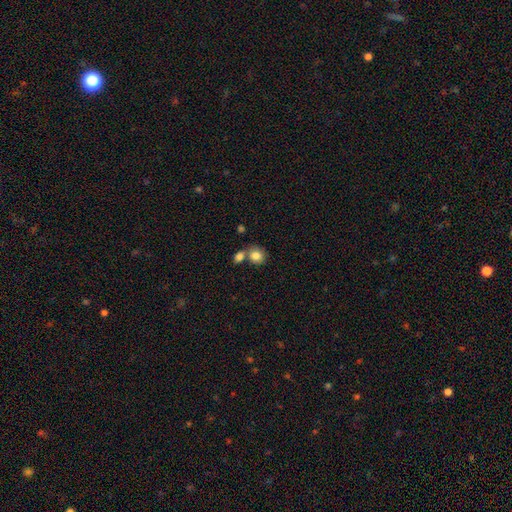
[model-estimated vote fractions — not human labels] Smooth or featured?
  - smooth: 83% *
  - featured or disk: 8%
  - star or artifact: 8%
How rounded?
  - round: 72% *
  - in between: 27%
  - cigar-shaped: 1%
Merging?
  - none: 46% *
  - merger: 40%
  - minor disturbance: 10%
  - major disturbance: 4%